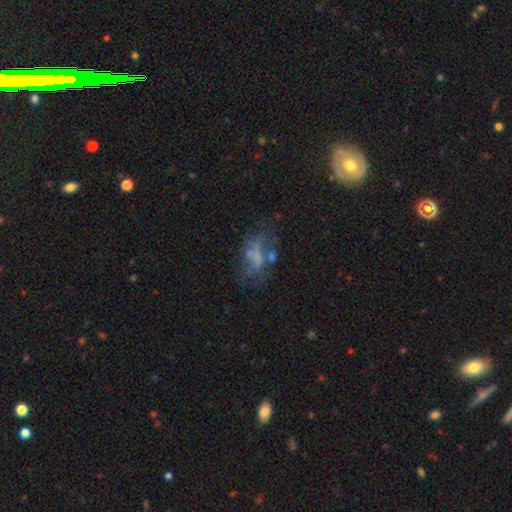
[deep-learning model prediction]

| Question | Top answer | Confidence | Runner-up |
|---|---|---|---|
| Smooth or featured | featured or disk | 45% | smooth (37%) |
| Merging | none | 37% | major disturbance (33%) |